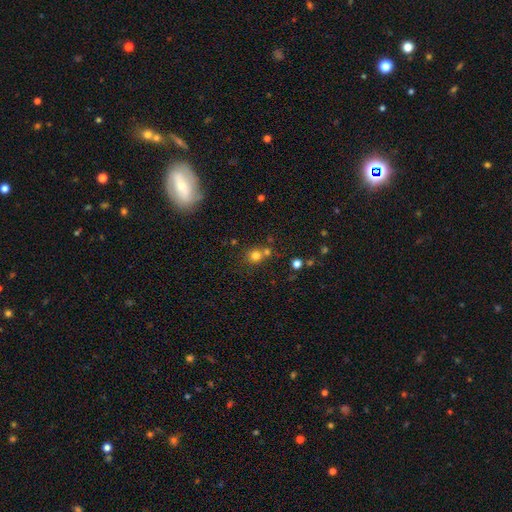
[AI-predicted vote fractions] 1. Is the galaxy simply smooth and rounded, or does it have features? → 76% smooth, 16% star or artifact, 8% featured or disk.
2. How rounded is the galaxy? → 85% round, 14% in between, 1% cigar-shaped.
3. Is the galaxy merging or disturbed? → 60% none, 27% merger, 9% minor disturbance, 4% major disturbance.